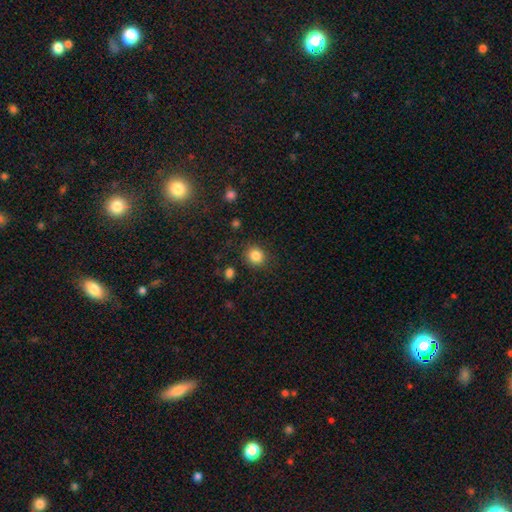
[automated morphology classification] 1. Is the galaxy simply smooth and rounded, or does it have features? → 85% smooth, 11% star or artifact, 5% featured or disk.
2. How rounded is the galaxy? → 84% round, 16% in between, 1% cigar-shaped.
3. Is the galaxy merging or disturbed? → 86% none, 9% minor disturbance, 3% major disturbance, 2% merger.